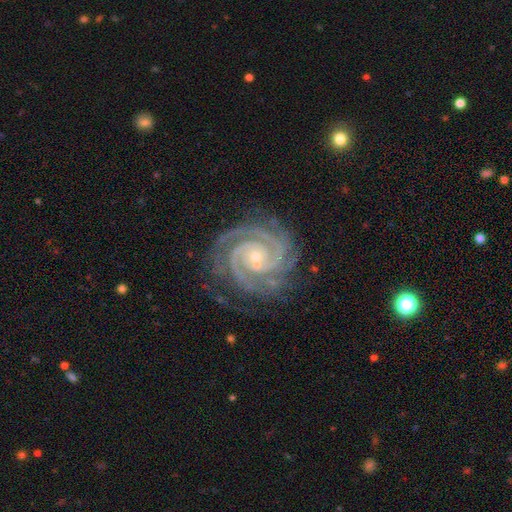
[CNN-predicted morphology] The model was most divided on "spiral arm count": 2: 45%, 3: 27%, 4: 11%, can't tell: 6%, more than 4: 5%, 1: 5%. More confident: spiral arms — yes (99%); edge-on disk — no (98%); smooth or featured — featured or disk (93%); bulge size — small (82%); spiral winding — tight (81%); merging — none (78%); bar — no (58%).